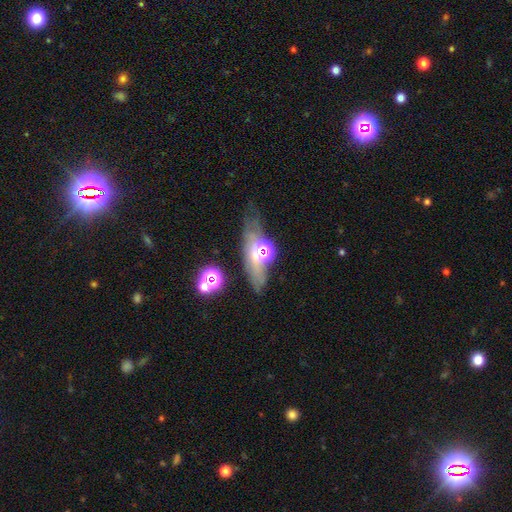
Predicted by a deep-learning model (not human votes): smooth_or_featured: featured or disk (p=0.44) [alt: star or artifact p=0.29]
merging: none (p=0.60) [alt: minor disturbance p=0.19]